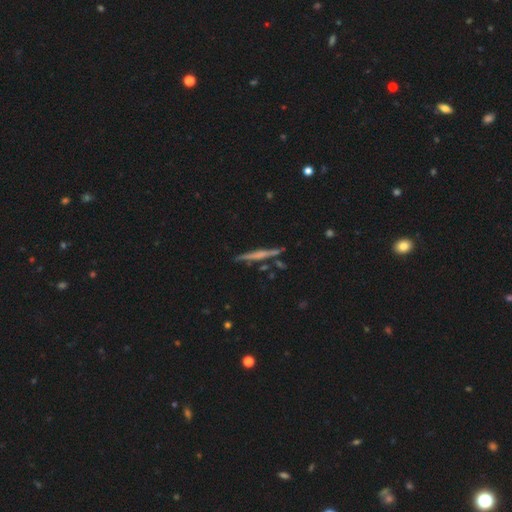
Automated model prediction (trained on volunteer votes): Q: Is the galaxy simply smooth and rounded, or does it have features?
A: featured or disk — 58%.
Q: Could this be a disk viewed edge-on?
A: yes — 97%.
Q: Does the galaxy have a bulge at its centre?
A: none — 62%.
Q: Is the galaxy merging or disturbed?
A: none — 86%.